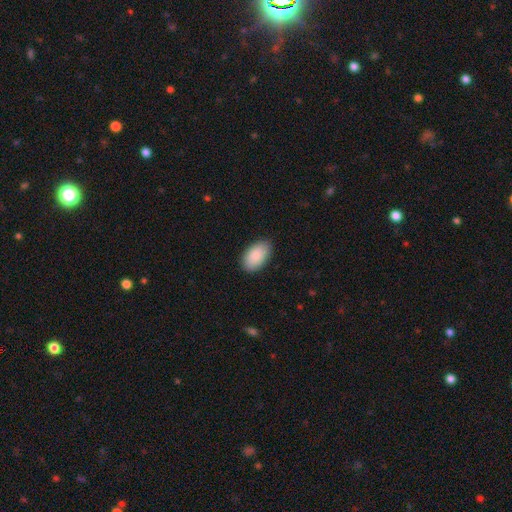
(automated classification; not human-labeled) Smooth or featured? Predicted: smooth (p=0.90). How rounded? Predicted: in between (p=0.95). Merging? Predicted: none (p=0.86).